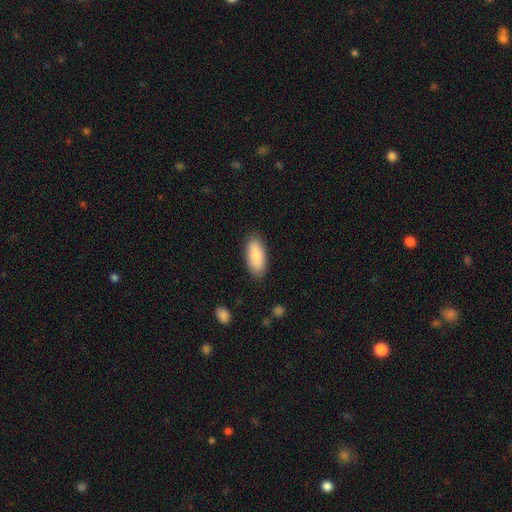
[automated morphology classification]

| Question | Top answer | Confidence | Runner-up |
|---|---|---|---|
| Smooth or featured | smooth | 84% | featured or disk (10%) |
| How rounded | in between | 83% | cigar-shaped (15%) |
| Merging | none | 86% | minor disturbance (10%) |